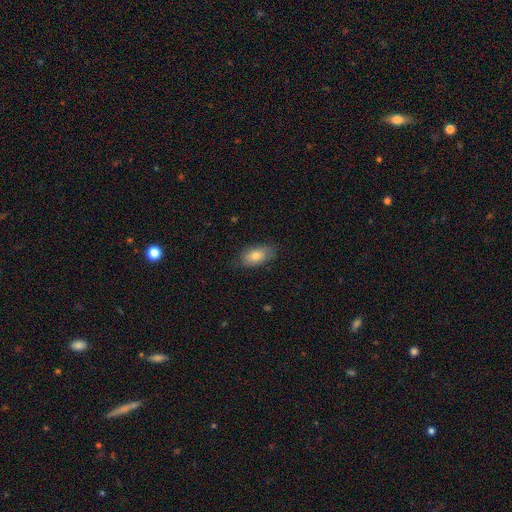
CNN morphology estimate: smooth_or_featured: smooth (p=0.78) [alt: featured or disk p=0.15]
how_rounded: in between (p=0.91) [alt: round p=0.05]
merging: none (p=0.79) [alt: minor disturbance p=0.17]